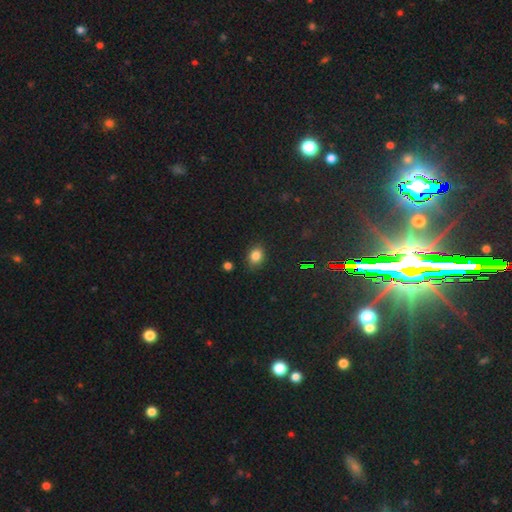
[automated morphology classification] This appears to be a smooth galaxy with no disk features (83%) that is in between round and cigar-shaped (61%). Merging: none (83%).